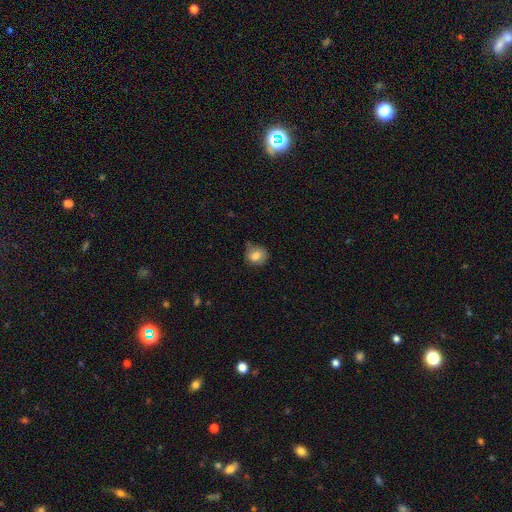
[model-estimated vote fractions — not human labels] smooth 78%, featured or disk 13%, star or artifact 9%. Down the decision tree: how rounded — round (77%); merging — none (65%).